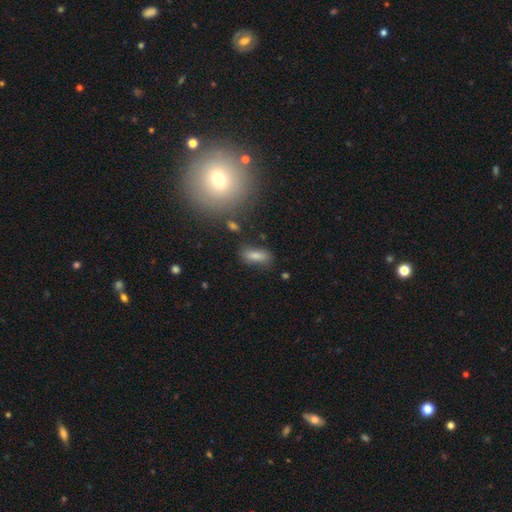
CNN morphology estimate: Smooth or featured: smooth — 79% (star or artifact — 11%)
How rounded: in between — 74% (cigar-shaped — 22%)
Merging: none — 72% (minor disturbance — 18%)